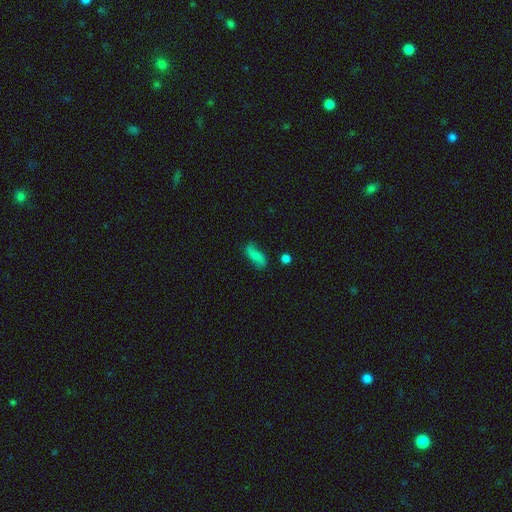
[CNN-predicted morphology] smooth_or_featured: smooth (p=0.58) [alt: featured or disk p=0.31]
how_rounded: in between (p=0.73) [alt: cigar-shaped p=0.22]
merging: none (p=0.61) [alt: minor disturbance p=0.24]